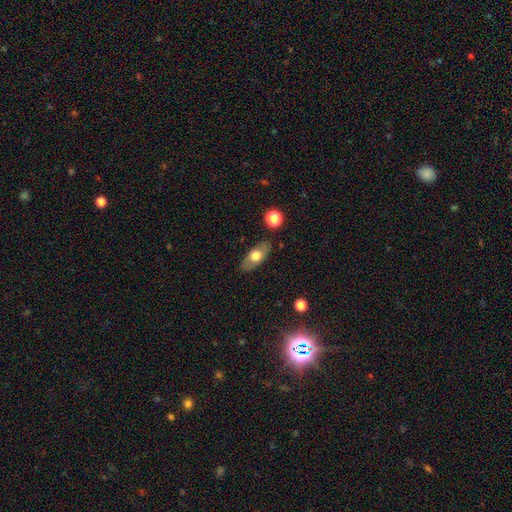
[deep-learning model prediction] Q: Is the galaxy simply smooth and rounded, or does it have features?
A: smooth — 63%.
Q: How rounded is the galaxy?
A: in between — 84%.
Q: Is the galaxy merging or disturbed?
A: none — 83%.